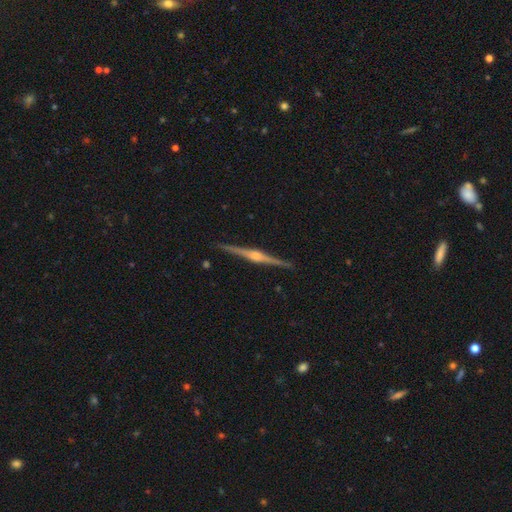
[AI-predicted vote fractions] Smooth or featured: featured or disk — 89% (smooth — 7%)
Edge-on disk: yes — 99% (no — 1%)
Edge-on bulge: rounded — 86% (boxy — 10%)
Merging: none — 92% (minor disturbance — 5%)